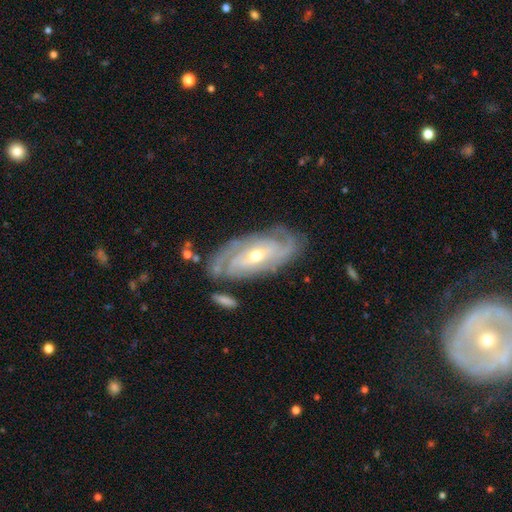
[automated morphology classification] A featured or disk galaxy (87%) with no bar (50%), 2 (31%) tight (68%) spiral arms (96%) and a moderate central bulge (54%). Merging: none (75%).